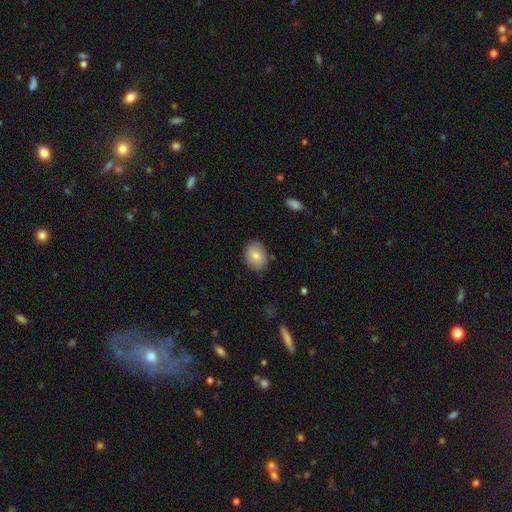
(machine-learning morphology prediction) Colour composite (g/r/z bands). It shows a smooth galaxy with no disk features (83%) that is in between round and cigar-shaped (62%). Merging: none (81%).